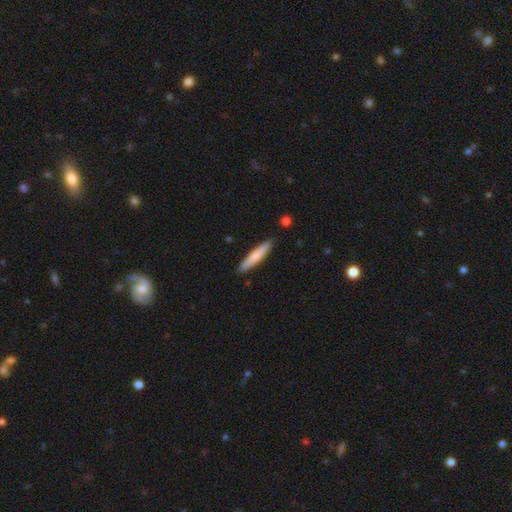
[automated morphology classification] A smooth galaxy with no disk features (70%) that is cigar-shaped (90%). Merging: none (89%).